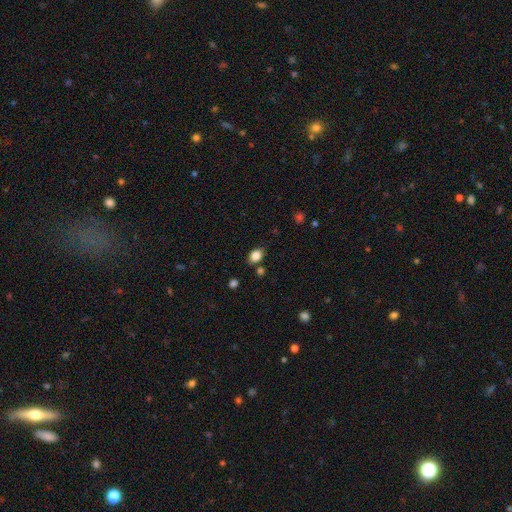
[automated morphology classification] Smooth or featured? smooth (84%)
How rounded? in between (72%)
Merging? none (77%)